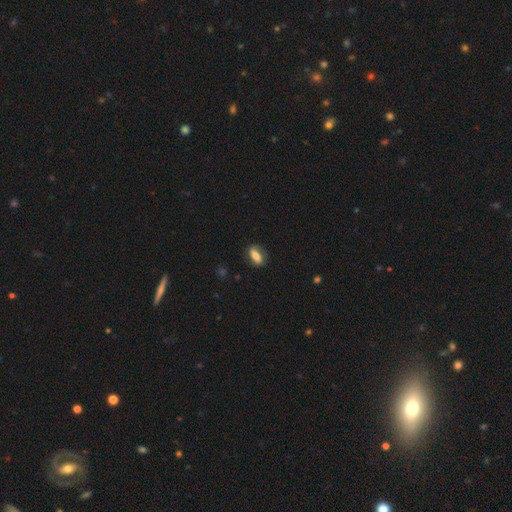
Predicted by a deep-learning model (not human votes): smooth-or-featured: smooth: 63% | featured or disk: 30% | star or artifact: 8%
  how-rounded: in between: 80% | cigar-shaped: 13% | round: 7%
  merging: none: 73% | minor disturbance: 19% | major disturbance: 6% | merger: 2%